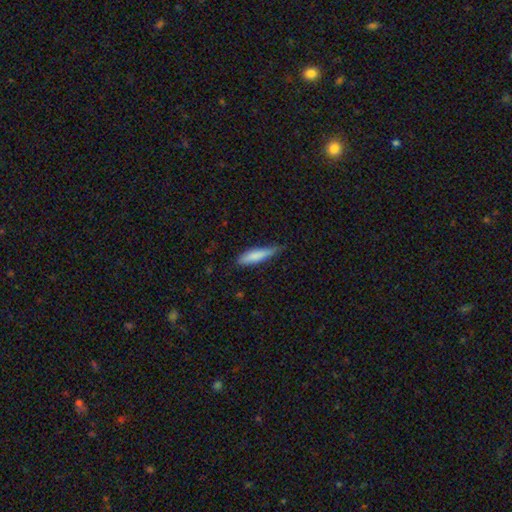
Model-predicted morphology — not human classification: Smooth or featured?
  - smooth: 81% *
  - featured or disk: 14%
  - star or artifact: 6%
How rounded?
  - cigar-shaped: 74% *
  - in between: 25%
  - round: 2%
Merging?
  - none: 61% *
  - minor disturbance: 32%
  - major disturbance: 5%
  - merger: 2%